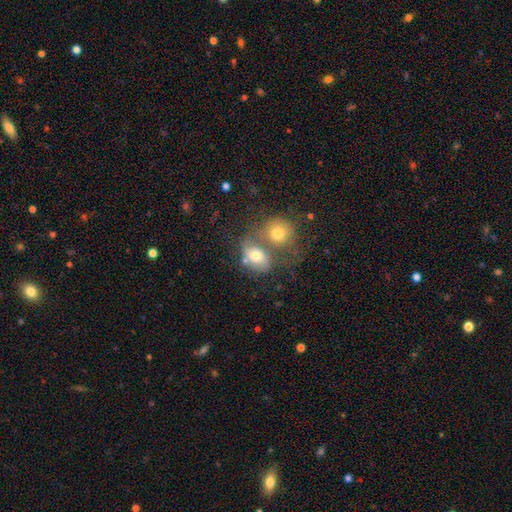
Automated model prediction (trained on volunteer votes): Morphology: type=smooth (67%); roundness=in between (67%); merging=merger (57%).